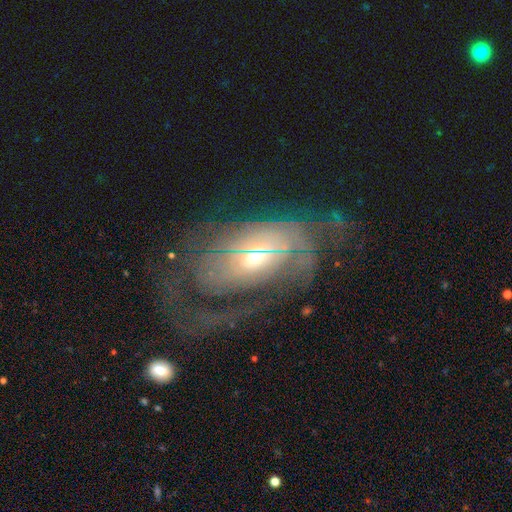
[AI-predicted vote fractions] The model was most divided on "bulge size": small: 47%, moderate: 45%, large: 5%, none: 2%, dominant: 2%. Remaining: edge-on disk — no (92%); smooth or featured — featured or disk (74%); spiral arms — yes (68%); bar — no (65%); merging — major disturbance (43%).